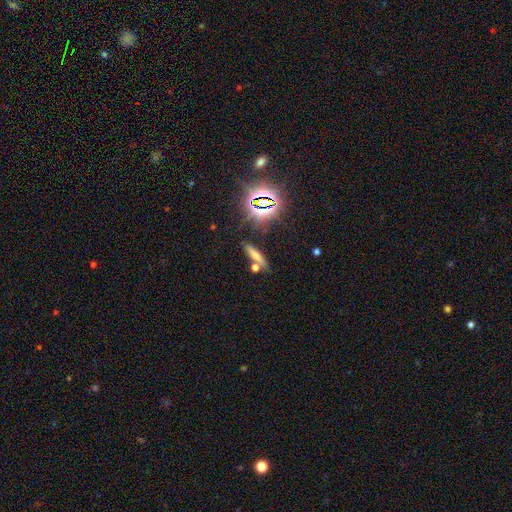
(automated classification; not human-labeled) Morphology: type=smooth (57%); roundness=cigar-shaped (72%); merging=none (67%).